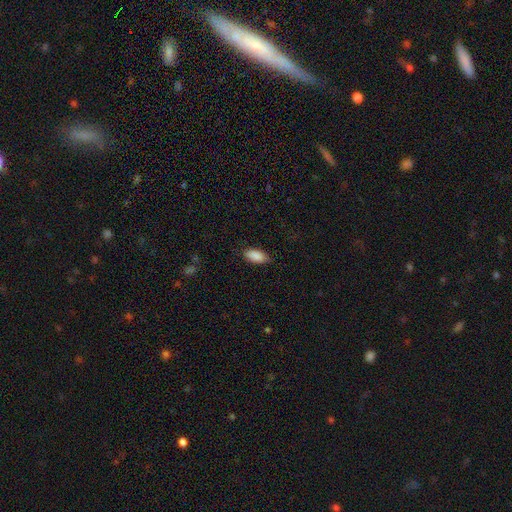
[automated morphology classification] Smooth or featured? Predicted: smooth (p=0.89). How rounded? Predicted: in between (p=0.90). Merging? Predicted: none (p=0.83).